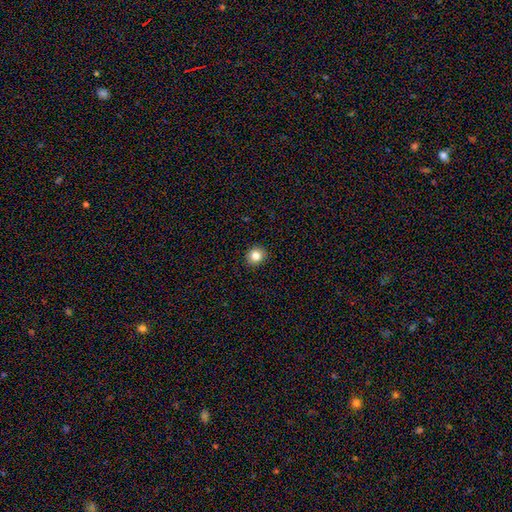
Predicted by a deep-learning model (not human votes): Smooth or featured: smooth — 83% (star or artifact — 11%)
How rounded: round — 87% (in between — 12%)
Merging: none — 92% (minor disturbance — 5%)